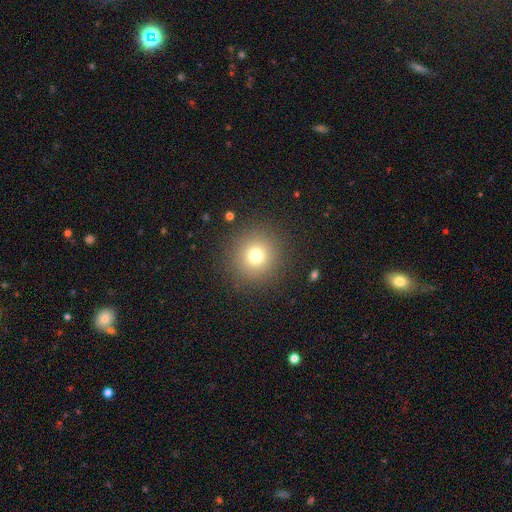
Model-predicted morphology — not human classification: A smooth galaxy with no disk features (75%) that is round (95%).

Vote fractions:
- Smooth or featured? smooth: 75% / star or artifact: 16% / featured or disk: 9%
- How rounded? round: 95% / in between: 4% / cigar-shaped: 1%
- Merging? none: 89% / minor disturbance: 6% / major disturbance: 3% / merger: 1%